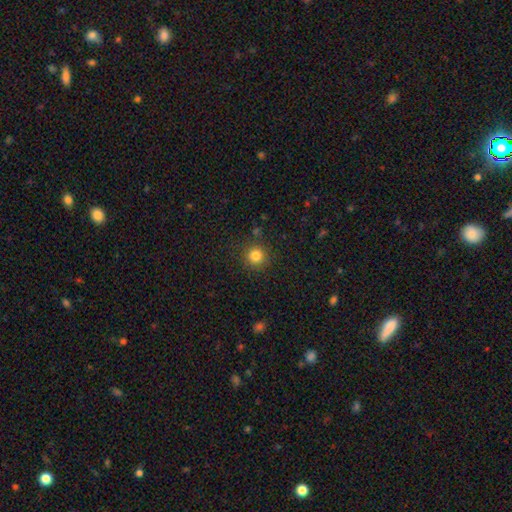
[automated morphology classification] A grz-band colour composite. It shows a smooth galaxy with no disk features (82%) that is round (94%). Merging: none (88%).